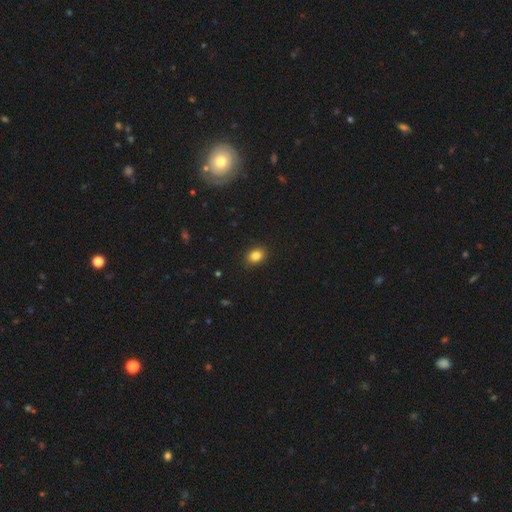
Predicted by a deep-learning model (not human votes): smooth-or-featured: smooth: 85% | star or artifact: 10% | featured or disk: 5%
  how-rounded: in between: 65% | round: 34% | cigar-shaped: 1%
  merging: none: 88% | minor disturbance: 8% | major disturbance: 2% | merger: 1%